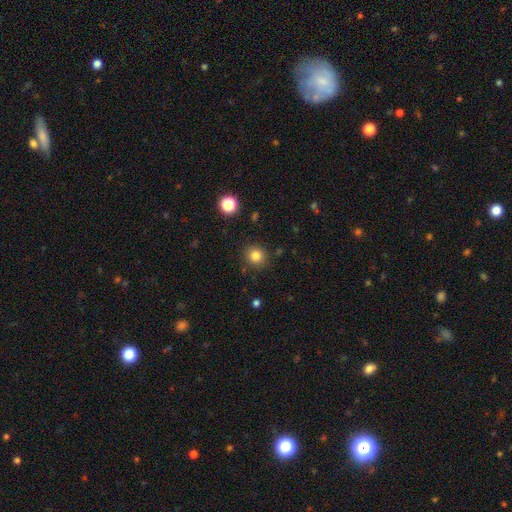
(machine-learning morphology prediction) smooth_or_featured: smooth (p=0.82) [alt: star or artifact p=0.12]
how_rounded: round (p=0.88) [alt: in between p=0.11]
merging: none (p=0.87) [alt: minor disturbance p=0.08]